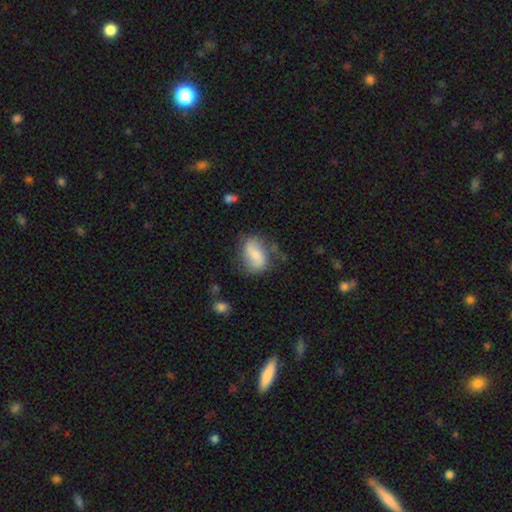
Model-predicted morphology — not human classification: This is possibly a smooth galaxy (58%). How rounded: clearly in between (81%). Merging: possibly none (60%).